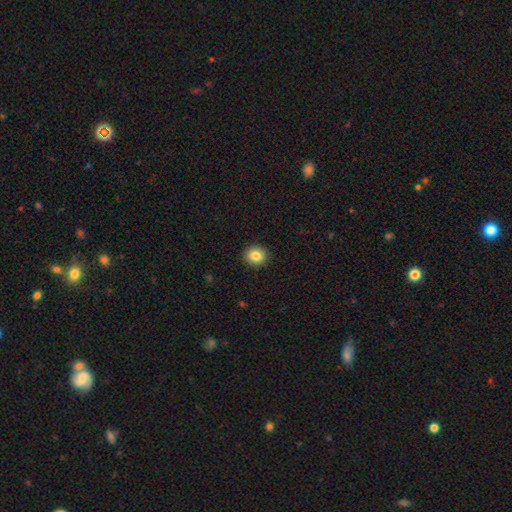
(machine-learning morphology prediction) A smooth galaxy with no disk features (84%) that is round (83%).

Vote fractions:
- Smooth or featured? smooth: 84% / star or artifact: 10% / featured or disk: 7%
- How rounded? round: 83% / in between: 16% / cigar-shaped: 1%
- Merging? none: 92% / minor disturbance: 5% / major disturbance: 2% / merger: 1%